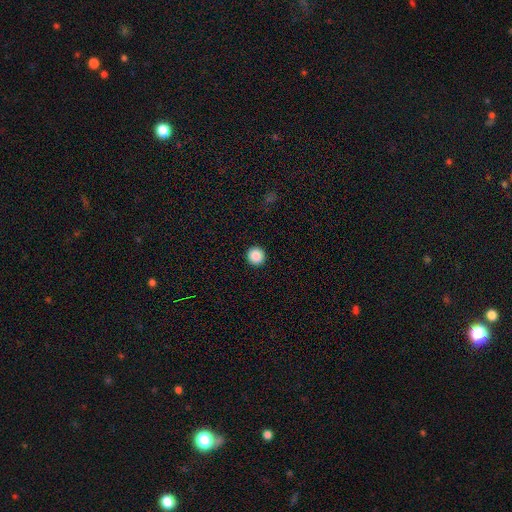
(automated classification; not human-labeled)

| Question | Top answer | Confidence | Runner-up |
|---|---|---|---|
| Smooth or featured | smooth | 89% | star or artifact (9%) |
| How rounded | round | 95% | in between (4%) |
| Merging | none | 94% | minor disturbance (4%) |